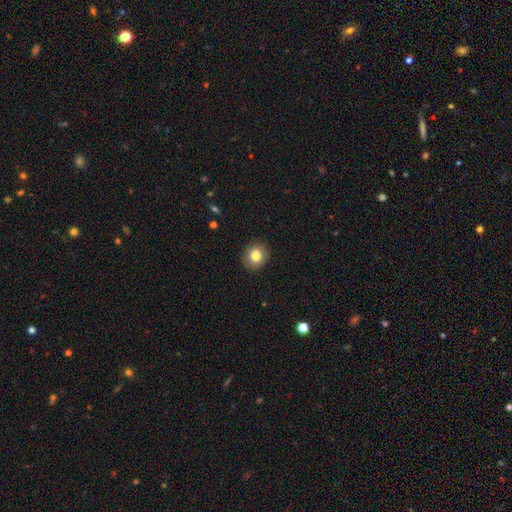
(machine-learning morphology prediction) smooth-or-featured: smooth: 81% | featured or disk: 10% | star or artifact: 9%
  how-rounded: round: 75% | in between: 24% | cigar-shaped: 1%
  merging: none: 90% | minor disturbance: 7% | major disturbance: 2% | merger: 1%